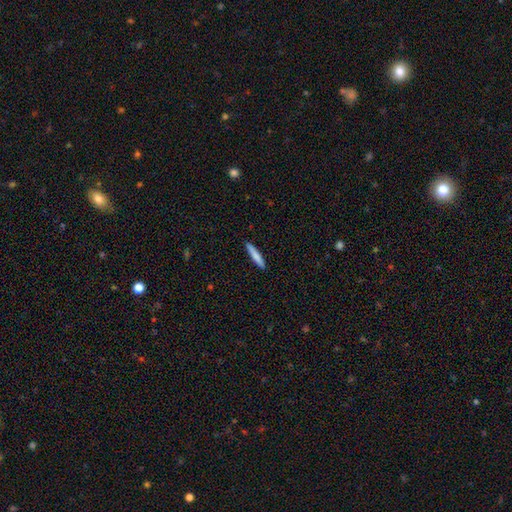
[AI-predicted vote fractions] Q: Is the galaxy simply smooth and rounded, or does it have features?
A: smooth — 80%.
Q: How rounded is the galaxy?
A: cigar-shaped — 93%.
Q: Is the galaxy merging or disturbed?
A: none — 90%.